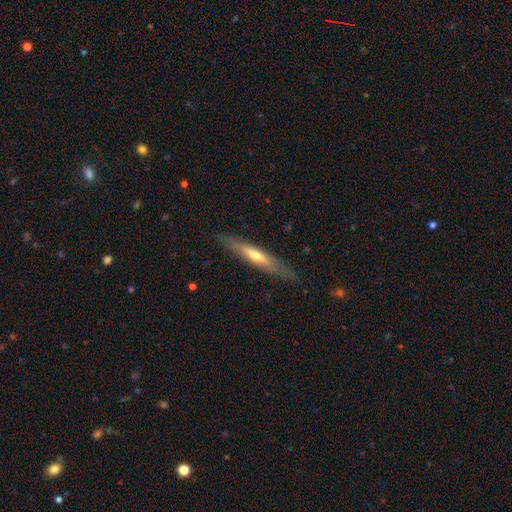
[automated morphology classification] smooth_or_featured: featured or disk (p=0.49) [alt: smooth p=0.45]
merging: none (p=0.85) [alt: minor disturbance p=0.11]